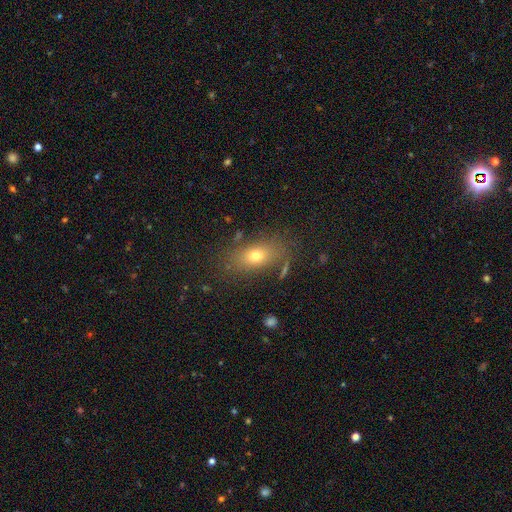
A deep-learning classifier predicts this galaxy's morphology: Q: Smooth or featured?
A: smooth (68%); runner-up: featured or disk (18%)
Q: How rounded?
A: in between (78%); runner-up: round (14%)
Q: Merging?
A: none (78%); runner-up: minor disturbance (13%)